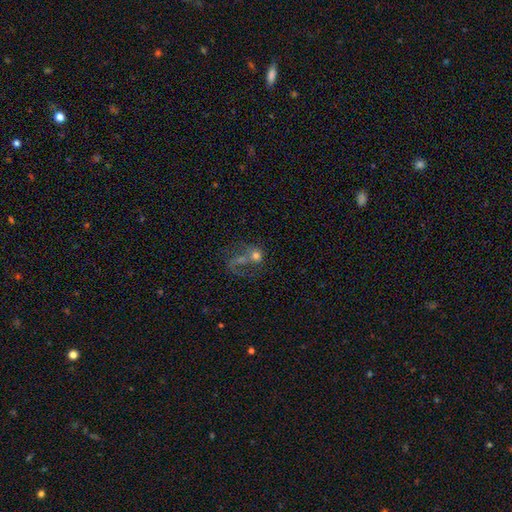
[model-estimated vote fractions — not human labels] Overall: smooth (55%; featured or disk 31%). How rounded: round (73%). Merging: merger (50%; none 23%).